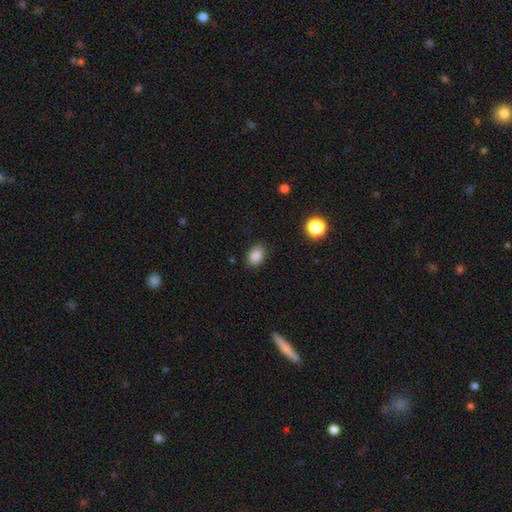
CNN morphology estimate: Q: Smooth or featured?
A: smooth (86%); runner-up: star or artifact (10%)
Q: How rounded?
A: in between (76%); runner-up: round (22%)
Q: Merging?
A: none (84%); runner-up: minor disturbance (12%)